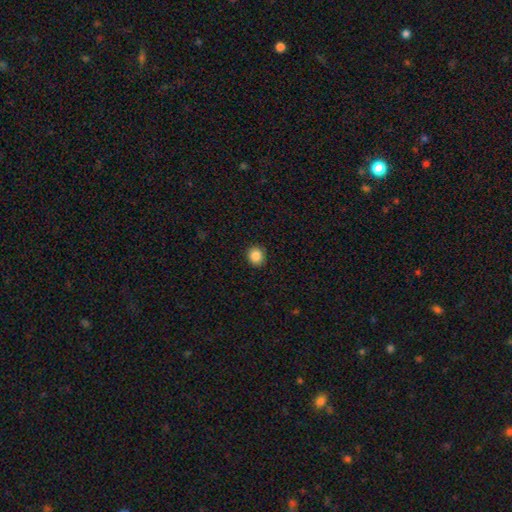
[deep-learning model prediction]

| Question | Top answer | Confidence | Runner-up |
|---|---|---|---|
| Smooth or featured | smooth | 87% | star or artifact (9%) |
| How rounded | round | 87% | in between (12%) |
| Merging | none | 91% | minor disturbance (6%) |